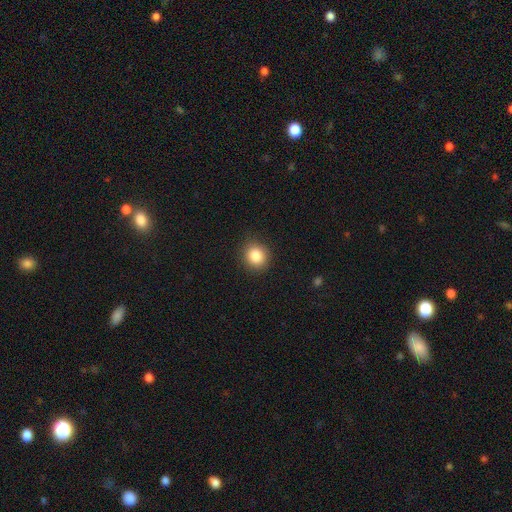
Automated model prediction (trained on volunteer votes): This is clearly a smooth galaxy (85%). How rounded: clearly round (84%). Merging: clearly none (89%).